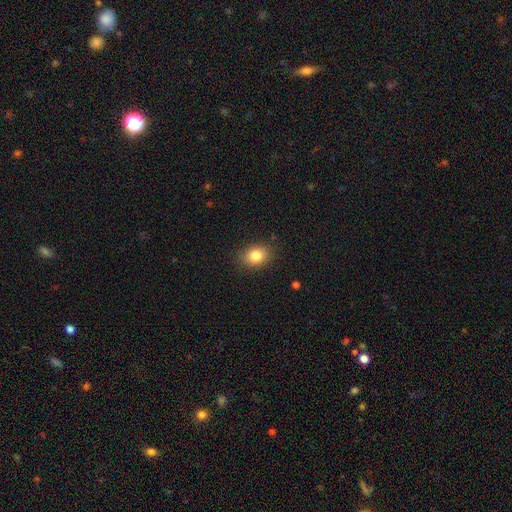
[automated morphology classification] This is clearly a smooth galaxy (83%). How rounded: likely in between (64%). Merging: clearly none (86%).